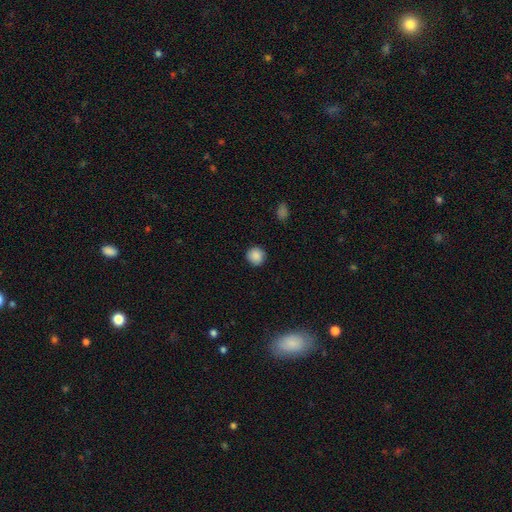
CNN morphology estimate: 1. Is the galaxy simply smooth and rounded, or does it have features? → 88% smooth, 9% star or artifact, 3% featured or disk.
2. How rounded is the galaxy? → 92% round, 7% in between, 1% cigar-shaped.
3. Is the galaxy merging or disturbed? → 90% none, 7% minor disturbance, 2% major disturbance, 1% merger.